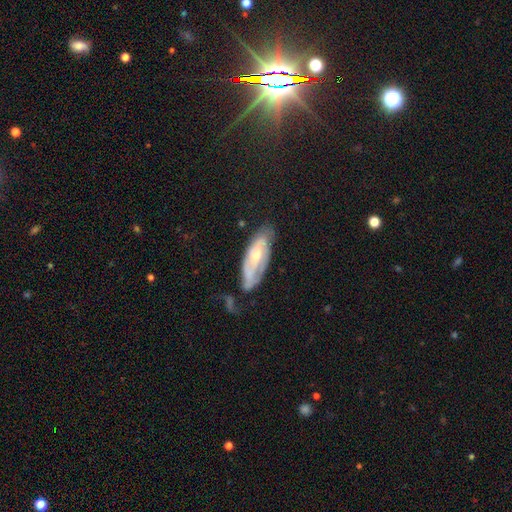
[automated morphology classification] This is likely a featured or disk galaxy (70%). It is clearly not viewed edge-on (85%). Bar: likely no (61%). Spiral arm pattern: likely yes (79%). Central bulge: possibly moderate (58%). Merging: possibly none (56%).